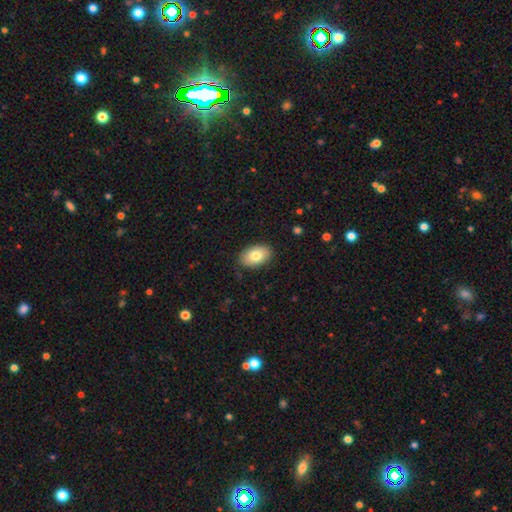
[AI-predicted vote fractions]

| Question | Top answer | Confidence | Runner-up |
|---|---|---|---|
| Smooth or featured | smooth | 80% | featured or disk (13%) |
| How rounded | in between | 90% | round (9%) |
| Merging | none | 87% | minor disturbance (10%) |